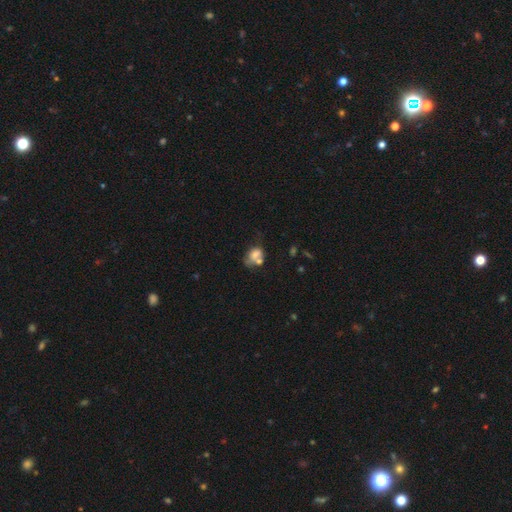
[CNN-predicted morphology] smooth_or_featured: smooth (p=0.62) [alt: featured or disk p=0.26]
how_rounded: in between (p=0.66) [alt: round p=0.32]
merging: merger (p=0.40) [alt: none p=0.25]